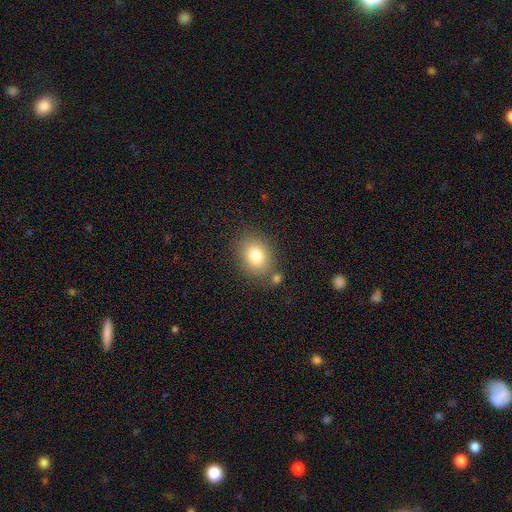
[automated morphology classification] smooth_or_featured: smooth (p=0.79) [alt: star or artifact p=0.11]
how_rounded: in between (p=0.52) [alt: round p=0.47]
merging: none (p=0.76) [alt: minor disturbance p=0.12]